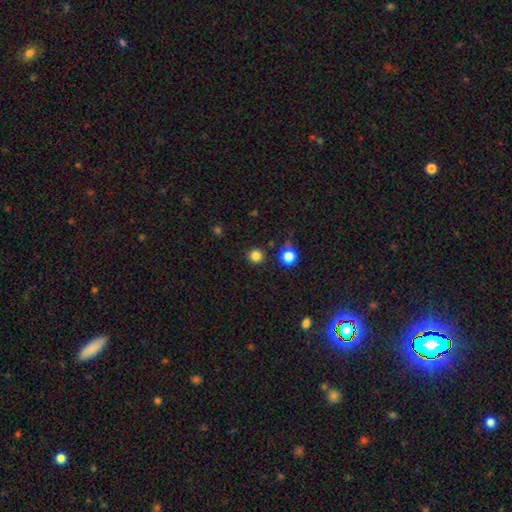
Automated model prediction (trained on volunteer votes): Smooth or featured? Predicted: smooth (p=0.82). How rounded? Predicted: round (p=0.94). Merging? Predicted: none (p=0.88).